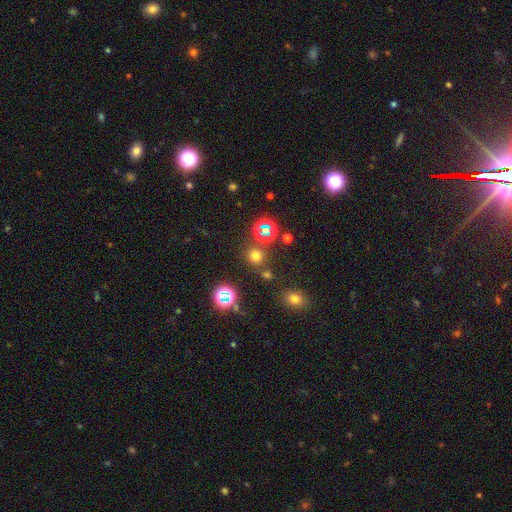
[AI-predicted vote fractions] A smooth galaxy with no disk features (62%) that is round (89%). Merging: none (79%).